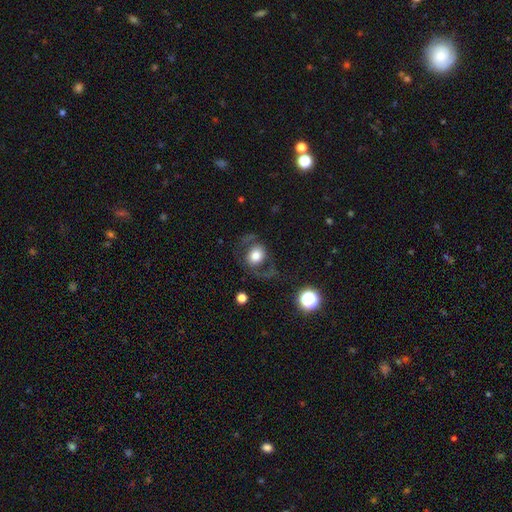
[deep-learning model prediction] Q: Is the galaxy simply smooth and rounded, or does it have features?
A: smooth — 53%.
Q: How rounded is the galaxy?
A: round — 63%.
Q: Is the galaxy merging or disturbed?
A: none — 61%.